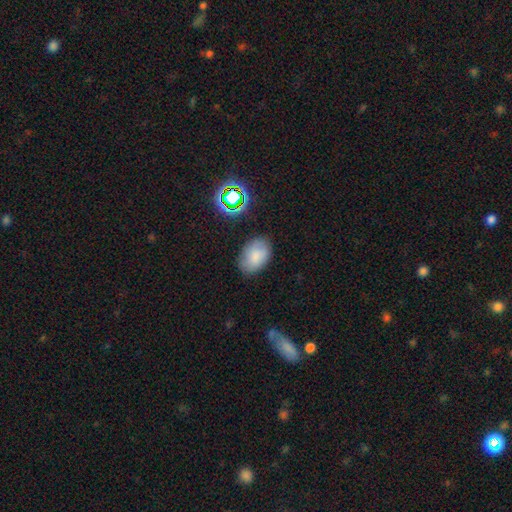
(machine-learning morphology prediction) Smooth or featured? Predicted: smooth (p=0.80). How rounded? Predicted: in between (p=0.88). Merging? Predicted: none (p=0.80).